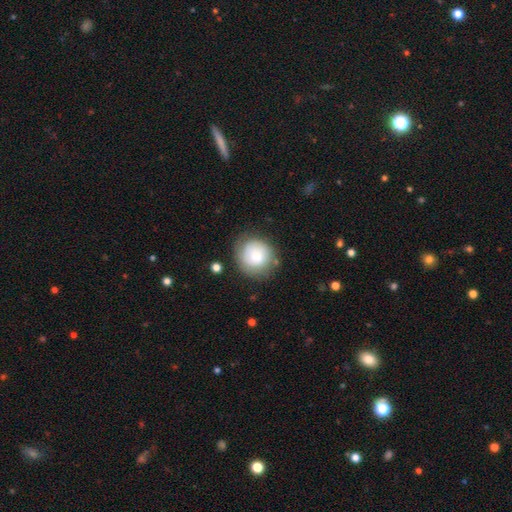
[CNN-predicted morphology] A smooth galaxy with no disk features (68%) that is round (89%). Merging: none (74%).